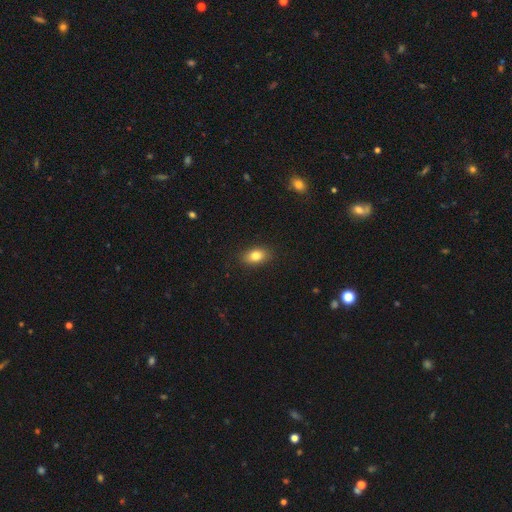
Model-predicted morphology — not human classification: A smooth galaxy with no disk features (82%) that is in between round and cigar-shaped (86%).

Vote fractions:
- Smooth or featured? smooth: 82% / featured or disk: 9% / star or artifact: 9%
- How rounded? in between: 86% / round: 11% / cigar-shaped: 3%
- Merging? none: 88% / minor disturbance: 9% / major disturbance: 2% / merger: 1%